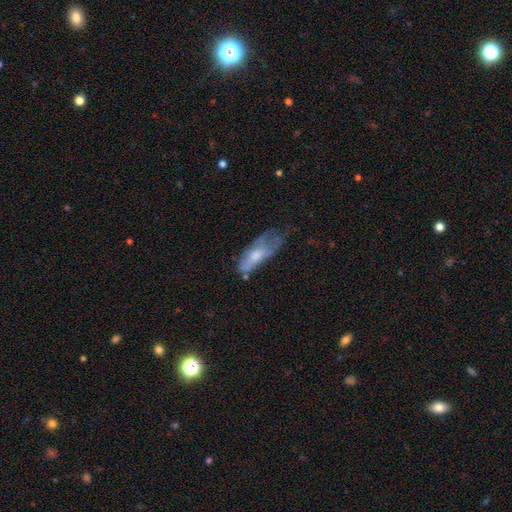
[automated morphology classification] smooth-or-featured: smooth: 53% | featured or disk: 40% | star or artifact: 7%
  how-rounded: in between: 70% | cigar-shaped: 27% | round: 2%
  merging: major disturbance: 36% | minor disturbance: 33% | none: 26% | merger: 6%